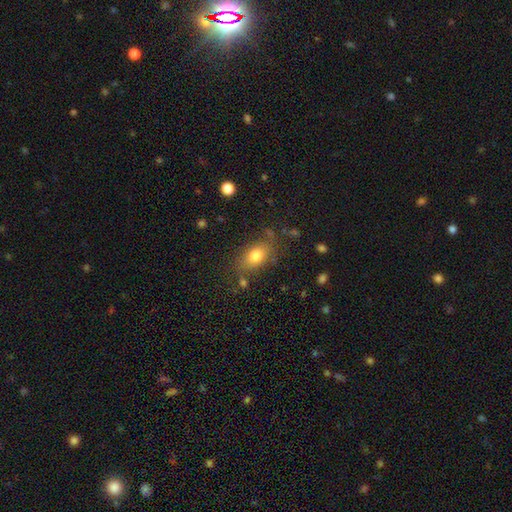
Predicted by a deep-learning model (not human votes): A smooth galaxy with no disk features (78%) that is in between round and cigar-shaped (80%). Merging: none (74%).